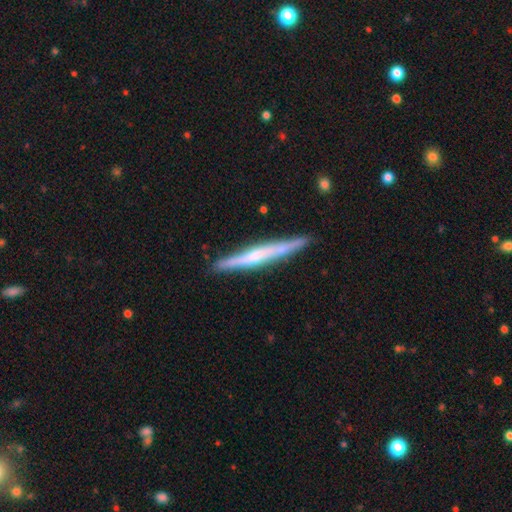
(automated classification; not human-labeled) Smooth or featured? Predicted: featured or disk (p=0.67). Edge-on disk? Predicted: yes (p=0.96). Edge-on bulge? Predicted: rounded (p=0.53). Merging? Predicted: none (p=0.88).